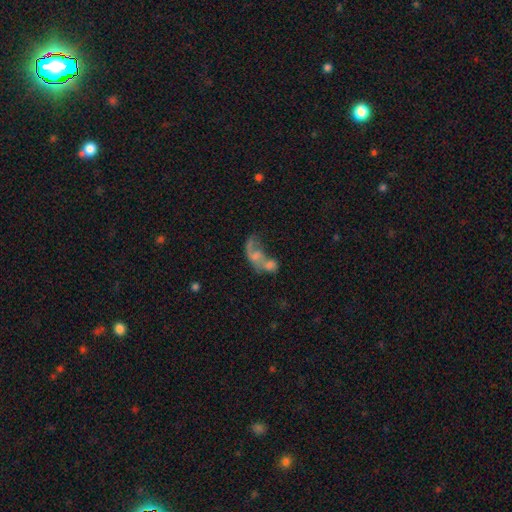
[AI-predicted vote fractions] Morphology: type=featured or disk (46%); merging=merger (65%).